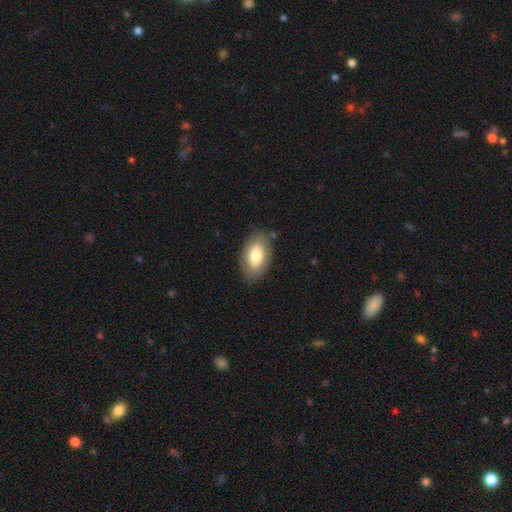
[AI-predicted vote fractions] Q: Smooth or featured?
A: smooth (71%); runner-up: featured or disk (22%)
Q: How rounded?
A: in between (93%); runner-up: round (5%)
Q: Merging?
A: none (82%); runner-up: minor disturbance (13%)